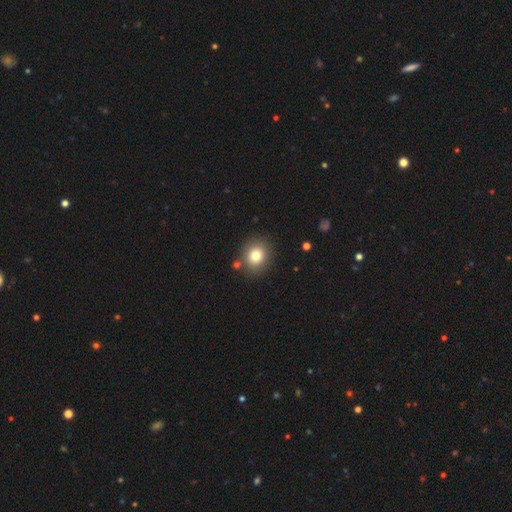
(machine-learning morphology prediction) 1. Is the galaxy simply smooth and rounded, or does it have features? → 78% smooth, 11% star or artifact, 10% featured or disk.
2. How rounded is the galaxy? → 75% round, 24% in between, 1% cigar-shaped.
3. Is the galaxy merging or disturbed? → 82% none, 9% minor disturbance, 6% merger, 3% major disturbance.